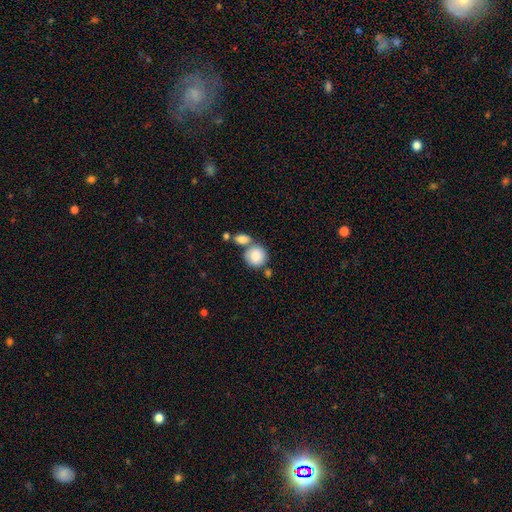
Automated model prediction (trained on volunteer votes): Smooth or featured? Predicted: smooth (p=0.84). How rounded? Predicted: round (p=0.85). Merging? Predicted: none (p=0.47).